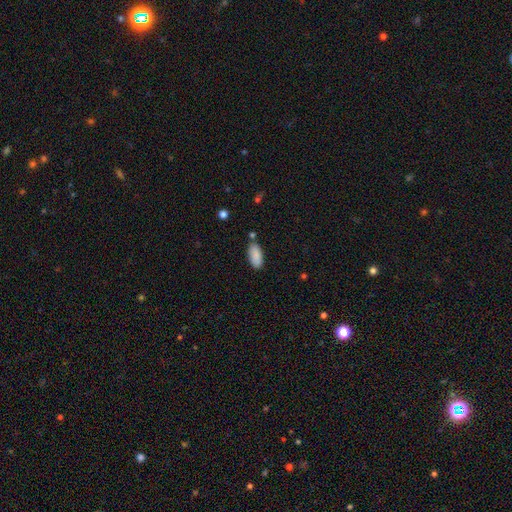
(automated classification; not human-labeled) Overall: smooth (88%). How rounded: in between (89%). Merging: none (77%).